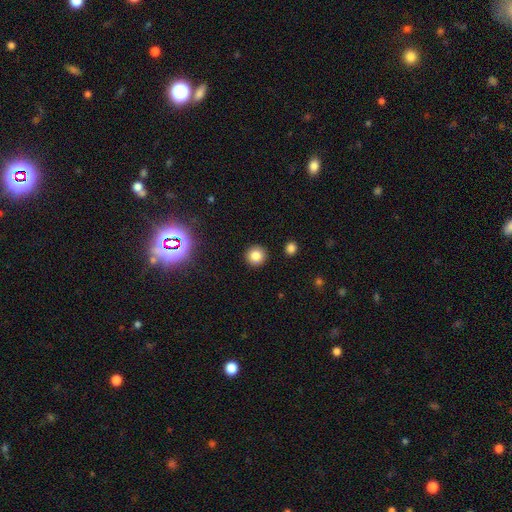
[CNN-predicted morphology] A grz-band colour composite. It shows a smooth galaxy with no disk features (82%) that is round (94%). Merging: none (91%).